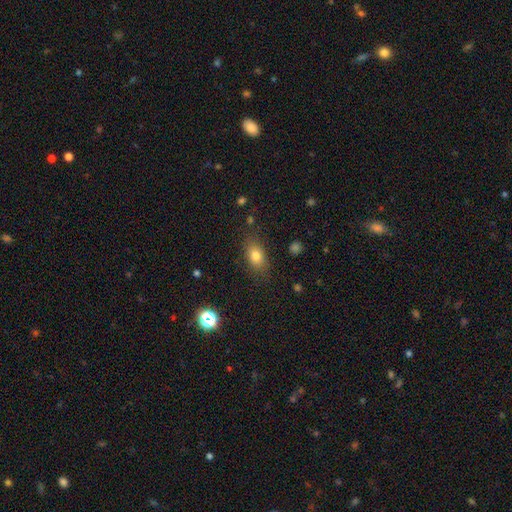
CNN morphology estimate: Smooth or featured? smooth (78%)
How rounded? in between (81%)
Merging? none (80%)